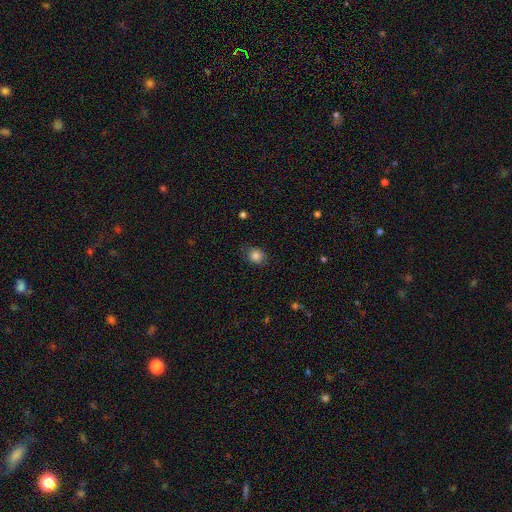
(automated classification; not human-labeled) Smooth or featured: smooth — 84% (star or artifact — 11%)
How rounded: round — 70% (in between — 29%)
Merging: none — 79% (minor disturbance — 16%)